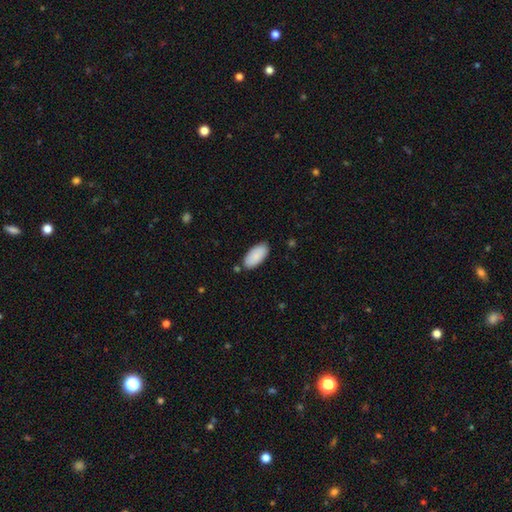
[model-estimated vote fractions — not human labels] This appears to be a smooth galaxy with no disk features (89%) that is in between round and cigar-shaped (92%). Merging: none (84%).